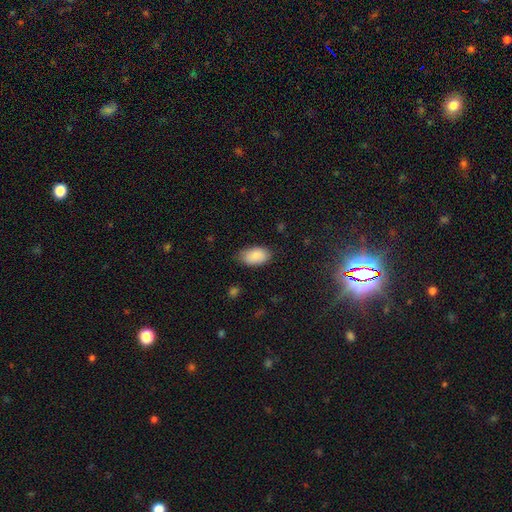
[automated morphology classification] Smooth or featured? smooth (88%)
How rounded? in between (93%)
Merging? none (77%)